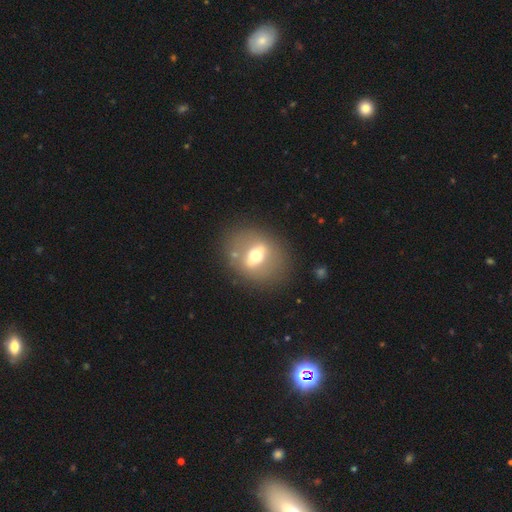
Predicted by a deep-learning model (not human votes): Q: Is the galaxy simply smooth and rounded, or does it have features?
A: featured or disk — 53%.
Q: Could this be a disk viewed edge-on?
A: no — 76%.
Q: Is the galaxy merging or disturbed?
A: none — 80%.